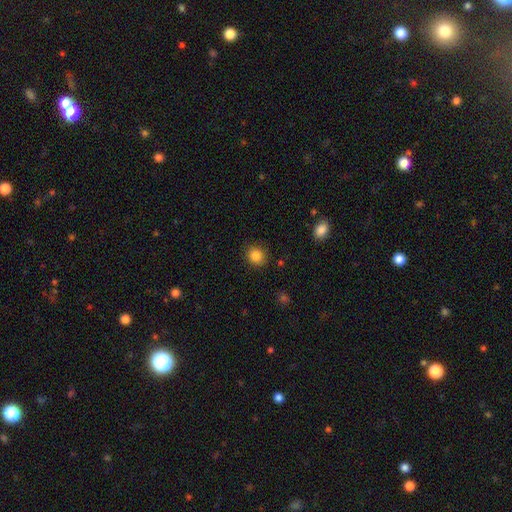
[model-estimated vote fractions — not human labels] Overall: smooth (85%). How rounded: round (78%). Merging: none (87%).